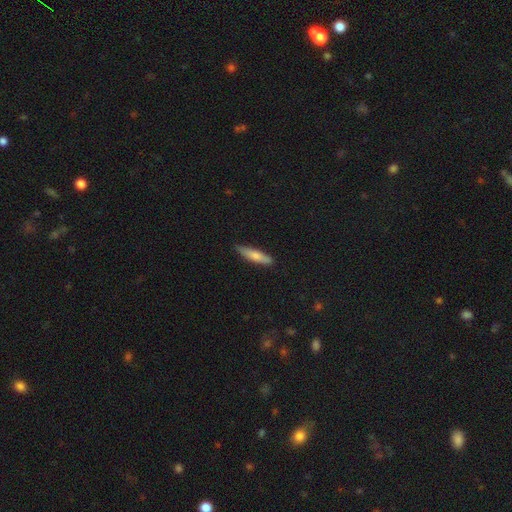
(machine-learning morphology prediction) Smooth or featured: smooth — 72% (featured or disk — 23%)
How rounded: cigar-shaped — 79% (in between — 20%)
Merging: none — 81% (minor disturbance — 15%)